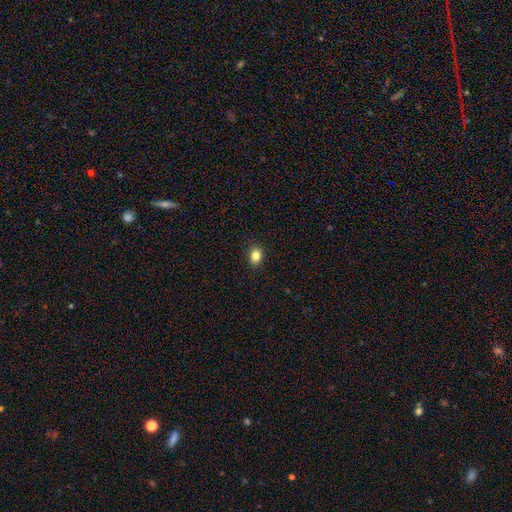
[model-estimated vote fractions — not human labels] smooth 85%, star or artifact 10%, featured or disk 5%. Down the decision tree: how rounded — in between (60%); merging — none (89%).